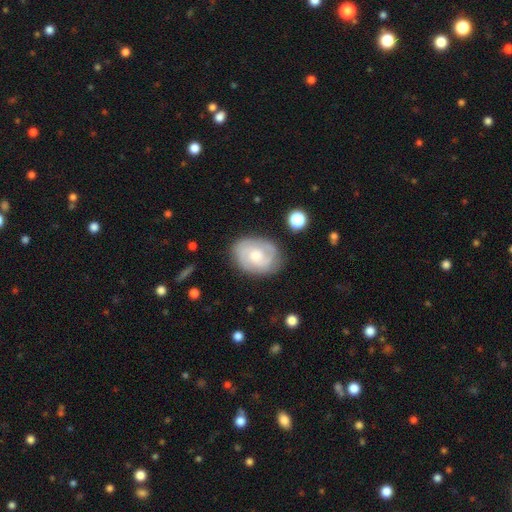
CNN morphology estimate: Q: Smooth or featured?
A: featured or disk (74%); runner-up: smooth (20%)
Q: Edge-on disk?
A: no (97%); runner-up: yes (3%)
Q: Bar?
A: no (66%); runner-up: weak (30%)
Q: Spiral arms?
A: yes (91%); runner-up: no (9%)
Q: Spiral winding?
A: tight (55%); runner-up: medium (36%)
Q: Spiral arm count?
A: 2 (53%); runner-up: can't tell (22%)
Q: Bulge size?
A: moderate (55%); runner-up: small (35%)
Q: Merging?
A: none (77%); runner-up: minor disturbance (17%)